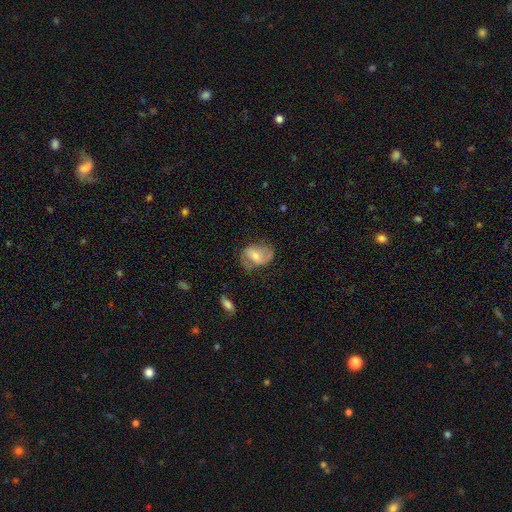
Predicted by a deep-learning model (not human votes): This appears to be a featured or disk galaxy (65%) with a weak bar (42%), 2 (83%) medium (42%, tied with loose) spiral arms (87%) and a small central bulge (49%). Merging: none (58%).